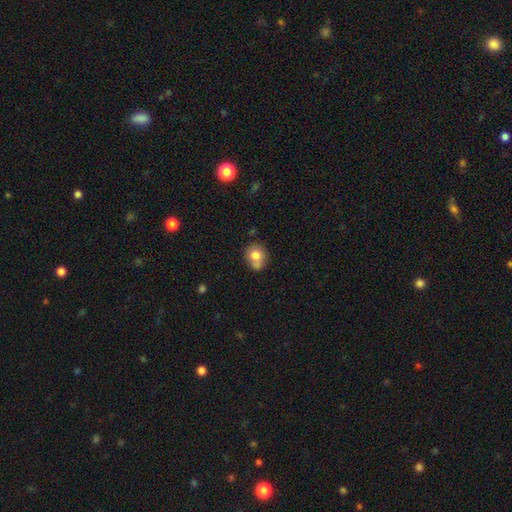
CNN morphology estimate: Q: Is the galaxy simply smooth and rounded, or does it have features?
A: smooth — 77%.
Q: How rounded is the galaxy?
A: round — 73%.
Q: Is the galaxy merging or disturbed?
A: none — 53%.